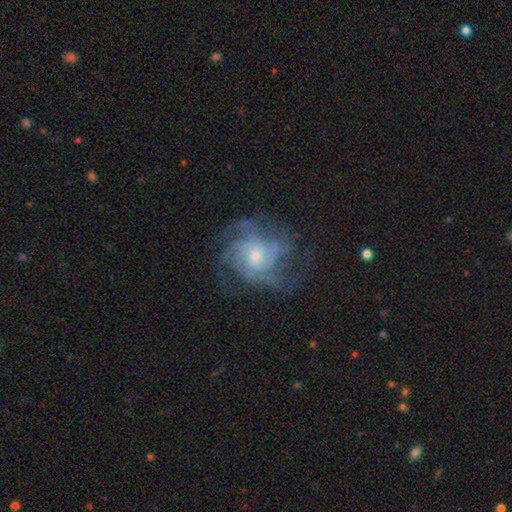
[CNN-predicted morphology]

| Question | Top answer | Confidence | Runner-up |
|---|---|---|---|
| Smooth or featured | featured or disk | 83% | smooth (10%) |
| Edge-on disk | no | 97% | yes (3%) |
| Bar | no | 70% | weak (26%) |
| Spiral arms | yes | 94% | no (6%) |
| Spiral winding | tight | 47% | medium (41%) |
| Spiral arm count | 4 | 27% | tied: can't tell (27%) |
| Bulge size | small | 54% | moderate (39%) |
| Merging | none | 65% | minor disturbance (18%) |